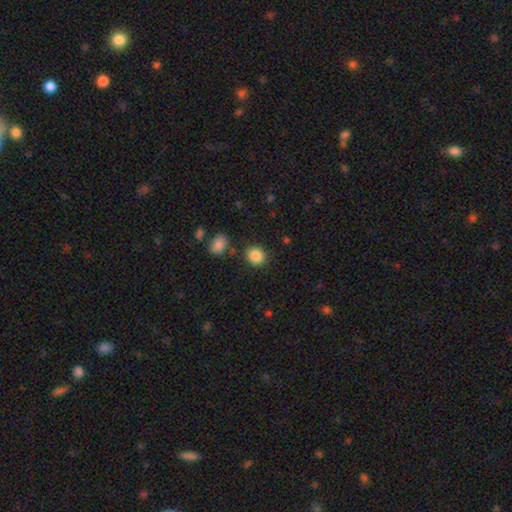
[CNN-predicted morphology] type=smooth (87%); roundness=round (77%); merging=none (84%).